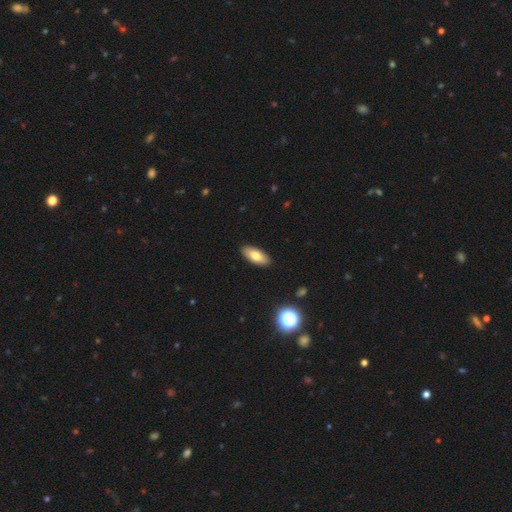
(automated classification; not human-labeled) smooth-or-featured: smooth: 75% | featured or disk: 18% | star or artifact: 7%
  how-rounded: in between: 83% | cigar-shaped: 14% | round: 3%
  merging: none: 90% | minor disturbance: 7% | major disturbance: 2% | merger: 1%